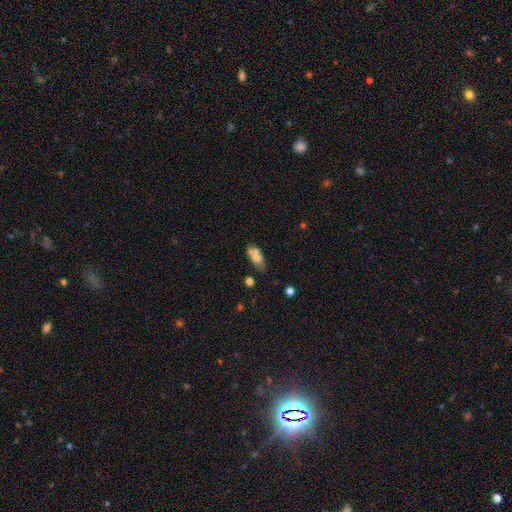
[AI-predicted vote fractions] This is likely a smooth galaxy (62%). How rounded: likely in between (75%). Merging: possibly none (46%).